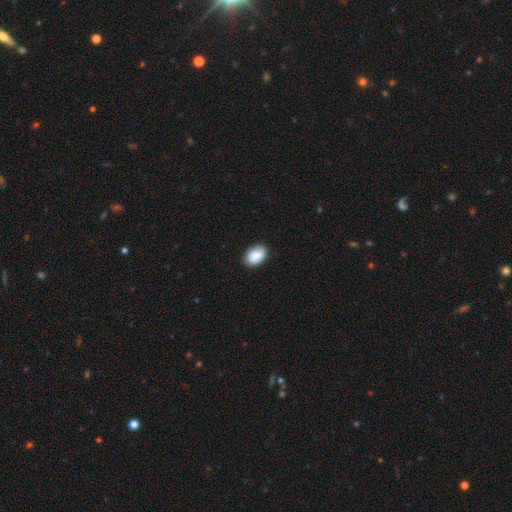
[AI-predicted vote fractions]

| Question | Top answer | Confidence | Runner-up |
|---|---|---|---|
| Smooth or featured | smooth | 88% | star or artifact (7%) |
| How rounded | in between | 87% | round (12%) |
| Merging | none | 87% | minor disturbance (10%) |